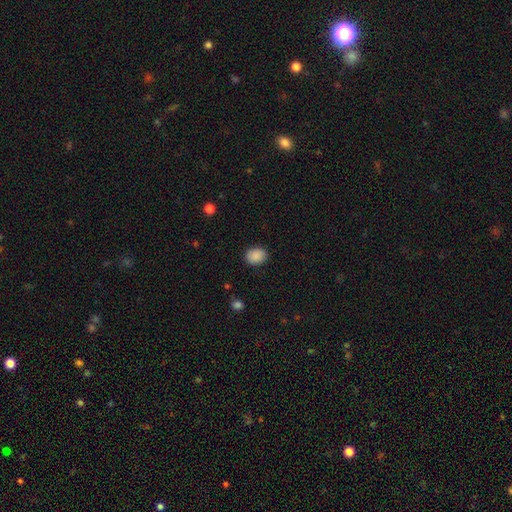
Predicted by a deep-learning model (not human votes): smooth_or_featured: smooth (p=0.89) [alt: star or artifact p=0.08]
how_rounded: in between (p=0.53) [alt: round p=0.46]
merging: none (p=0.86) [alt: minor disturbance p=0.10]